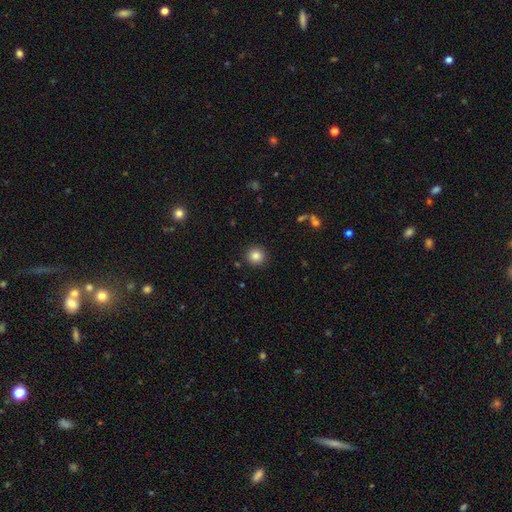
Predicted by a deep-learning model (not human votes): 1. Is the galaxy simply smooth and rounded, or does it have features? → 85% smooth, 10% star or artifact, 5% featured or disk.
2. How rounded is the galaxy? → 94% round, 5% in between, 1% cigar-shaped.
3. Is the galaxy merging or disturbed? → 91% none, 6% minor disturbance, 2% major disturbance, 2% merger.